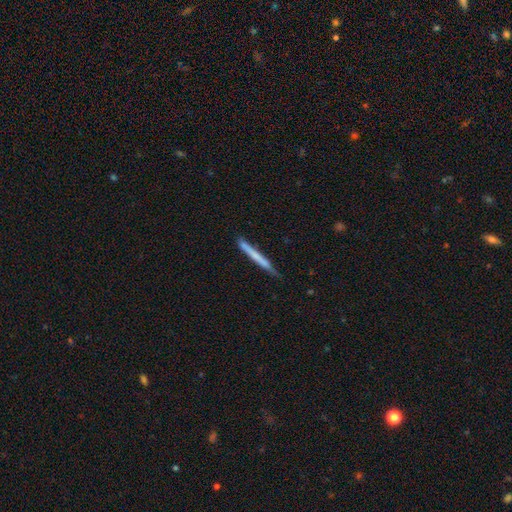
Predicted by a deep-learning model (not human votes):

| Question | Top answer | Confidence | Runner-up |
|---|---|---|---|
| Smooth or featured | smooth | 58% | featured or disk (37%) |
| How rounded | cigar-shaped | 97% | in between (2%) |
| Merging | none | 77% | minor disturbance (18%) |